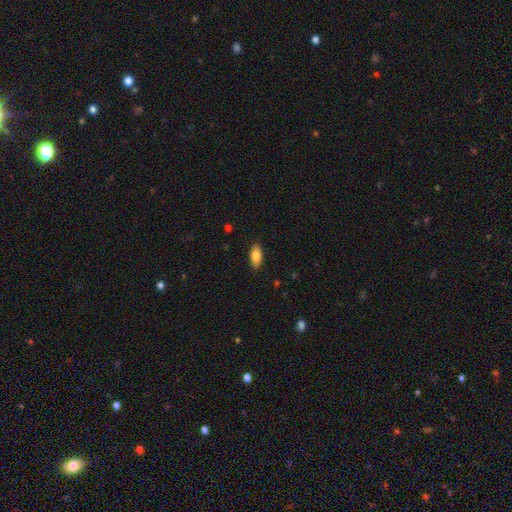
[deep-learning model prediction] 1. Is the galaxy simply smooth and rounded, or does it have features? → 84% smooth, 9% featured or disk, 7% star or artifact.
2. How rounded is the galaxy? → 88% in between, 9% cigar-shaped, 2% round.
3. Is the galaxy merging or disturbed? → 88% none, 9% minor disturbance, 2% major disturbance, 1% merger.